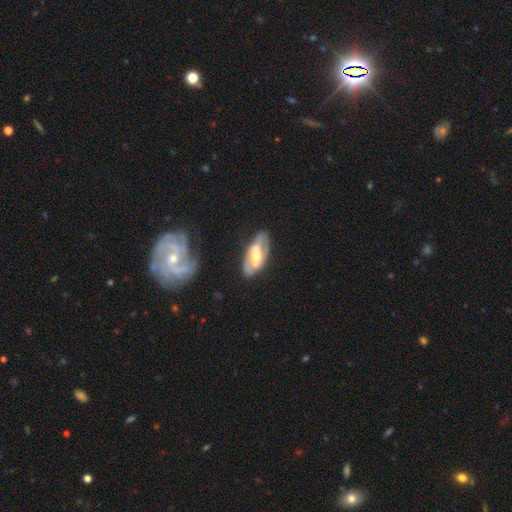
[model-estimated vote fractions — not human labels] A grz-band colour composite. It shows a featured or disk galaxy (69%) with a strong bar (41%), spiral arms (73%) and a moderate central bulge (60%). Merging: none (74%).